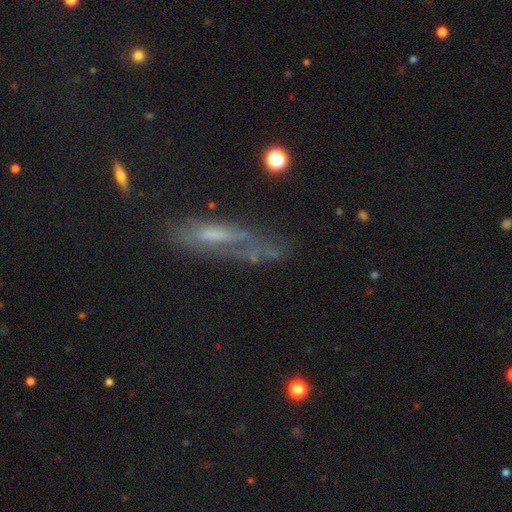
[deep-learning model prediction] The model was most divided on "edge-on disk": no: 56%, yes: 44%. Remaining: smooth or featured — featured or disk (52%); merging — none (49%).